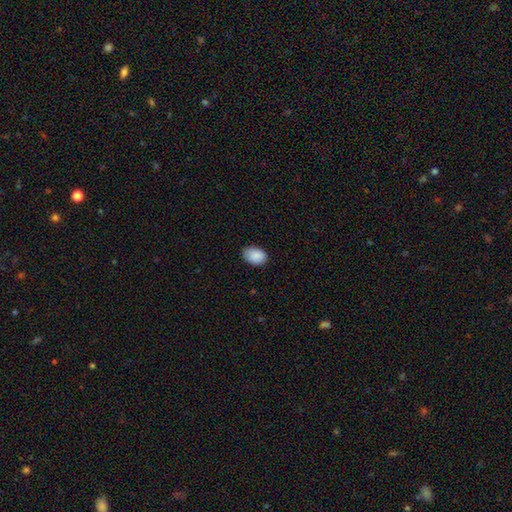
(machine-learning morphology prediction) The model was most divided on "merging": none: 82%, minor disturbance: 15%, major disturbance: 2%, merger: 1%. More confident: smooth or featured — smooth (90%); how rounded — in between (84%).